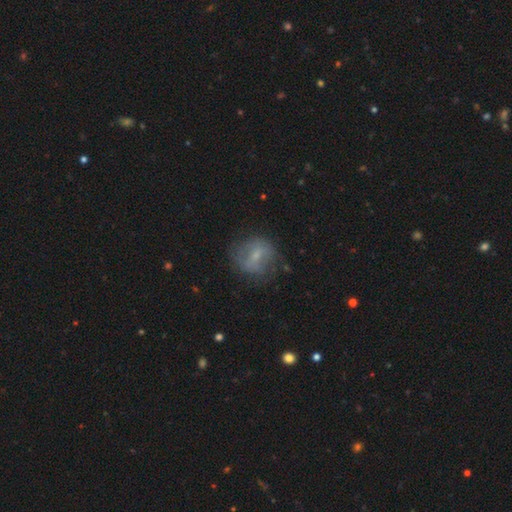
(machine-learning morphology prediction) Smooth or featured?
  - smooth: 48% *
  - featured or disk: 42%
  - star or artifact: 11%
Merging?
  - none: 67% *
  - minor disturbance: 20%
  - major disturbance: 11%
  - merger: 2%